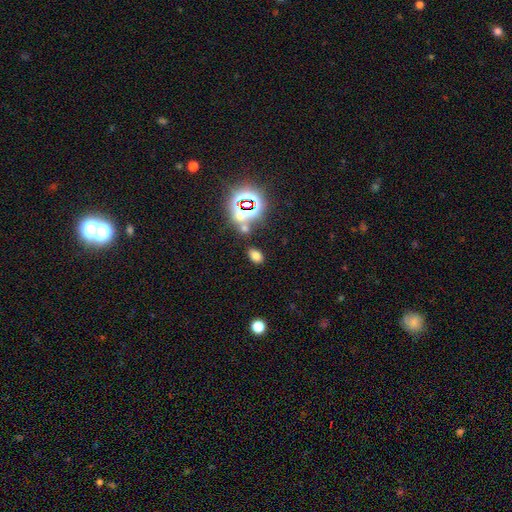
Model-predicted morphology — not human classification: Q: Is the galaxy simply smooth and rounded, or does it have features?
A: smooth — 69%.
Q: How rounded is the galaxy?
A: in between — 82%.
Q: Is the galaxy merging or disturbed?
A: none — 81%.